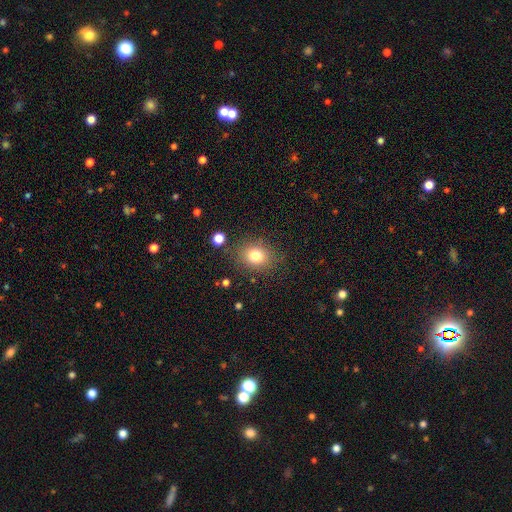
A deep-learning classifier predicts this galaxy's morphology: Smooth or featured? Predicted: smooth (p=0.79). How rounded? Predicted: round (p=0.58). Merging? Predicted: none (p=0.83).